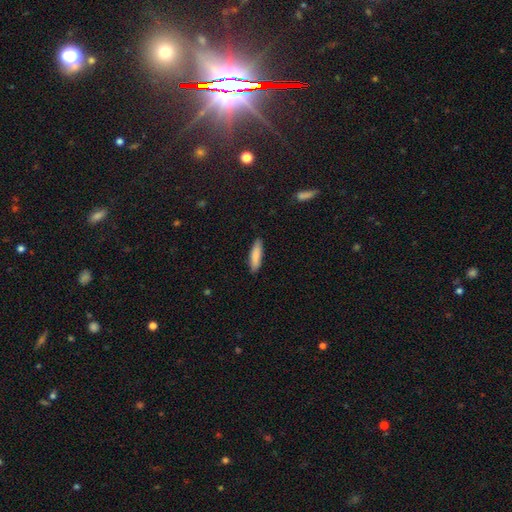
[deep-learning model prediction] smooth 83%, featured or disk 11%, star or artifact 6%. Down the decision tree: how rounded — cigar-shaped (70%); merging — none (88%).